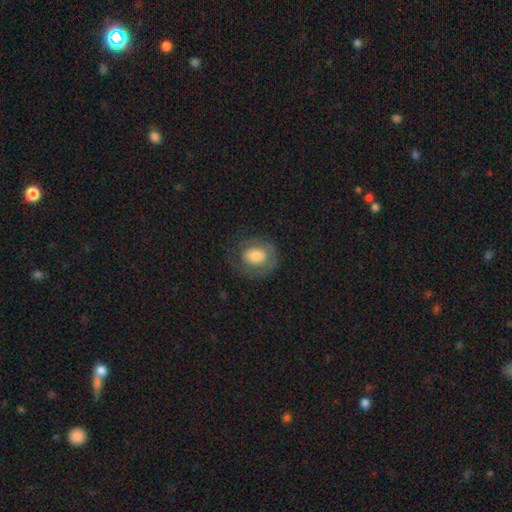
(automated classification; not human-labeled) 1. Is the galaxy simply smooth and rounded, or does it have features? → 65% smooth, 26% featured or disk, 9% star or artifact.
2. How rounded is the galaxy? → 59% round, 40% in between, 1% cigar-shaped.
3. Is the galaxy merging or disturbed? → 65% none, 19% minor disturbance, 15% major disturbance, 1% merger.